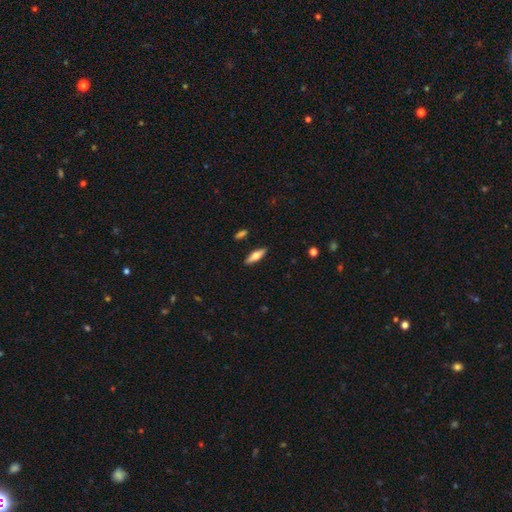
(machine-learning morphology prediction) This is possibly a smooth galaxy (58%). How rounded: possibly cigar-shaped (49%). Merging: clearly none (88%).